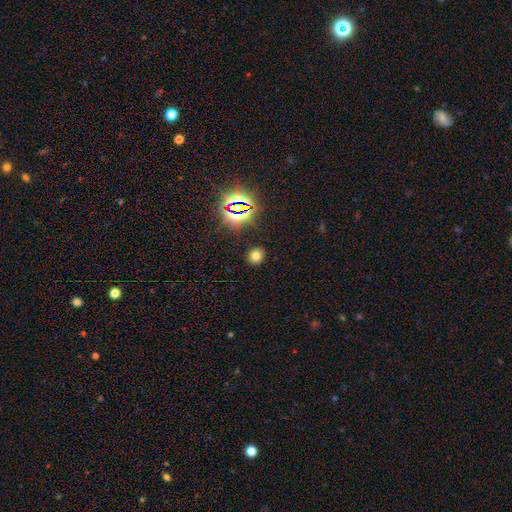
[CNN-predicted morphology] This is likely a smooth galaxy (69%). How rounded: likely round (75%). Merging: clearly none (89%).